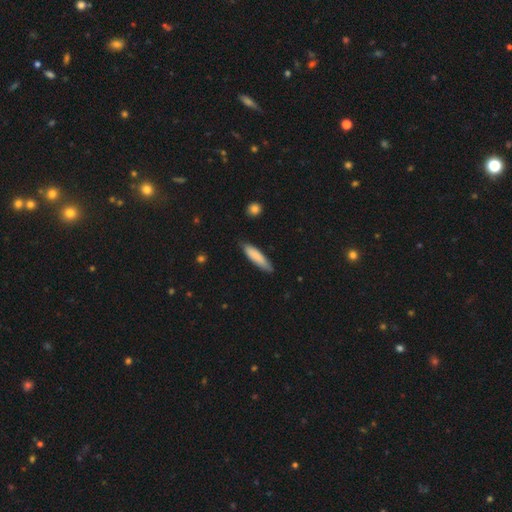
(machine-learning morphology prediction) smooth_or_featured: smooth (p=0.83) [alt: featured or disk p=0.12]
how_rounded: cigar-shaped (p=0.74) [alt: in between p=0.25]
merging: none (p=0.79) [alt: minor disturbance p=0.17]